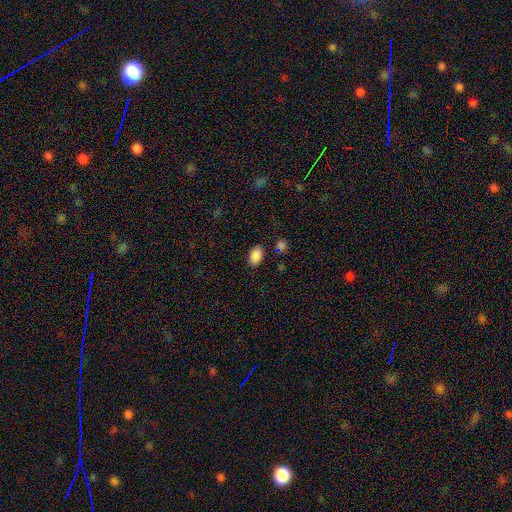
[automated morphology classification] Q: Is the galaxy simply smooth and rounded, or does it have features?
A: smooth — 88%.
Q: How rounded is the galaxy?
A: in between — 91%.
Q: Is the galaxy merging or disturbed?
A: none — 85%.